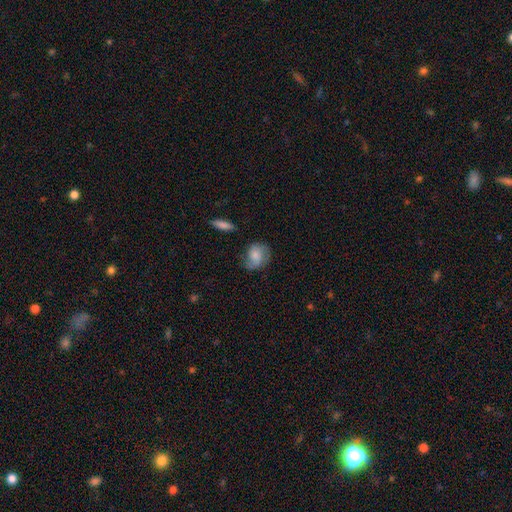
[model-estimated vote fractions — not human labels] smooth 55%, featured or disk 37%, star or artifact 7%. Down the decision tree: how rounded — round (54%); merging — none (64%).